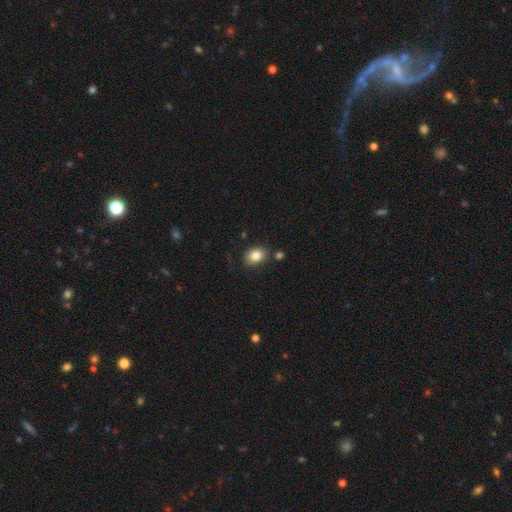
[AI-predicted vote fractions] This is clearly a smooth galaxy (83%). How rounded: likely in between (69%). Merging: clearly none (80%).